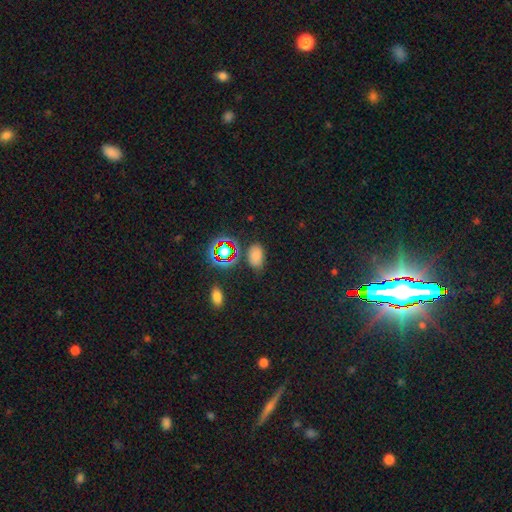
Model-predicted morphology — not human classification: Q: Smooth or featured?
A: smooth (69%); runner-up: star or artifact (24%)
Q: How rounded?
A: in between (86%); runner-up: round (12%)
Q: Merging?
A: none (75%); runner-up: minor disturbance (15%)